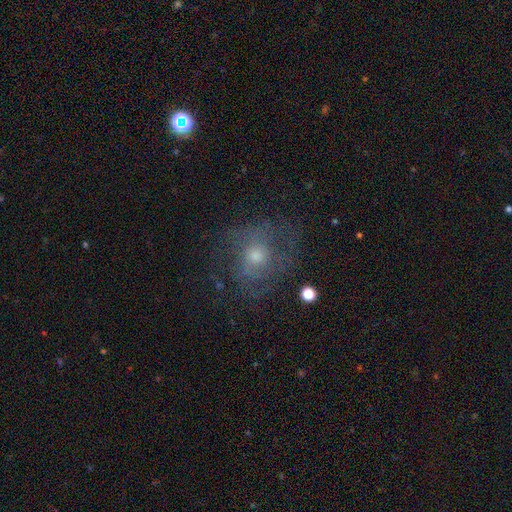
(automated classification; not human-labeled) The model was most divided on "bulge size": moderate: 53%, small: 36%, large: 6%, none: 3%, dominant: 1%. More confident: edge-on disk — no (96%); bar — no (81%); spiral arms — yes (62%); merging — none (62%); smooth or featured — featured or disk (53%).